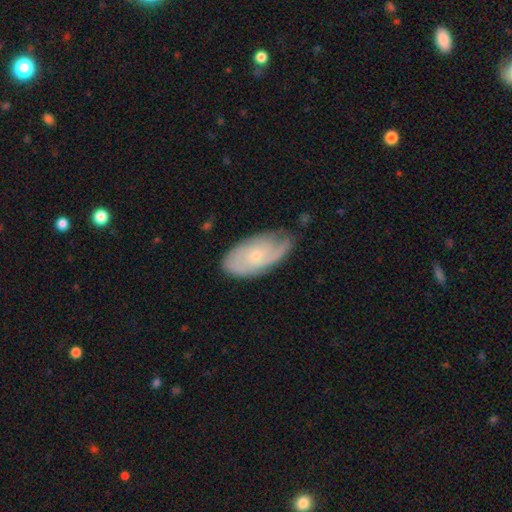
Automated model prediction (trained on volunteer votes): Morphology: type=featured or disk (64%); edge-on=no (93%); bar=no (78%); spiral arms=yes (85%); winding=tight (54%); arm count=can't tell (40%); bulge=small (74%); merging=none (61%).